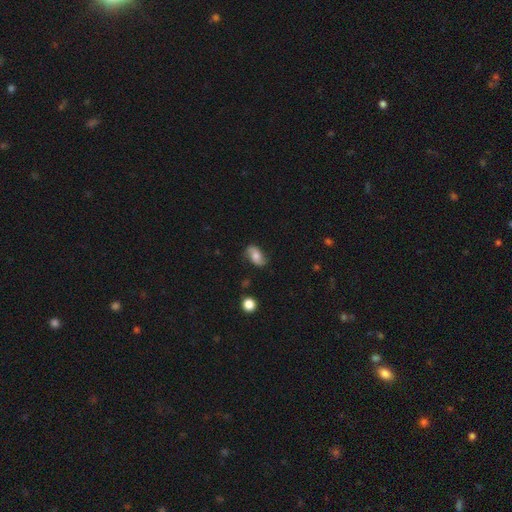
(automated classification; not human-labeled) Smooth or featured: smooth — 45% (tied with featured or disk — 45%)
Merging: none — 71% (minor disturbance — 21%)